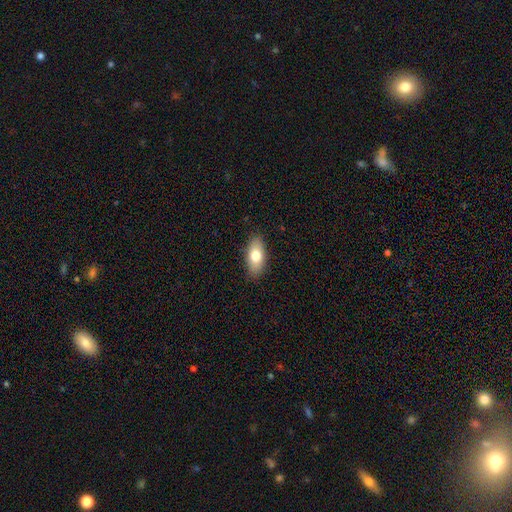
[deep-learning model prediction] A smooth galaxy with no disk features (75%) that is in between round and cigar-shaped (89%). Merging: none (87%).